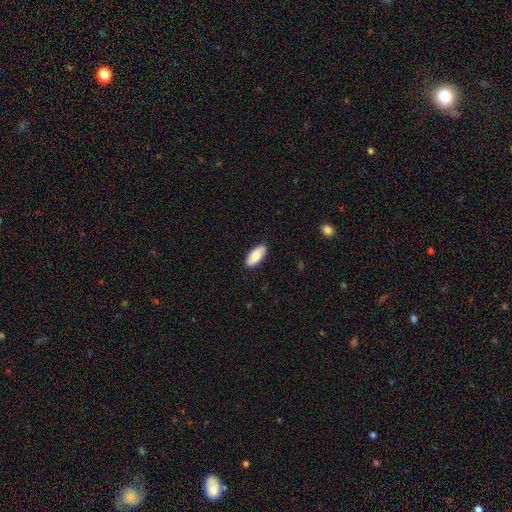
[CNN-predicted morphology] Smooth or featured?
  - smooth: 81% *
  - featured or disk: 13%
  - star or artifact: 6%
How rounded?
  - in between: 87% *
  - cigar-shaped: 11%
  - round: 2%
Merging?
  - none: 88% *
  - minor disturbance: 9%
  - major disturbance: 2%
  - merger: 1%